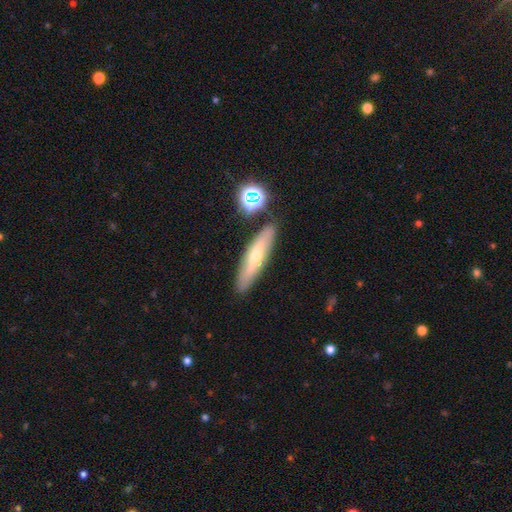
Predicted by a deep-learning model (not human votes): smooth_or_featured: featured or disk (p=0.47) [alt: smooth p=0.44]
merging: none (p=0.83) [alt: minor disturbance p=0.10]